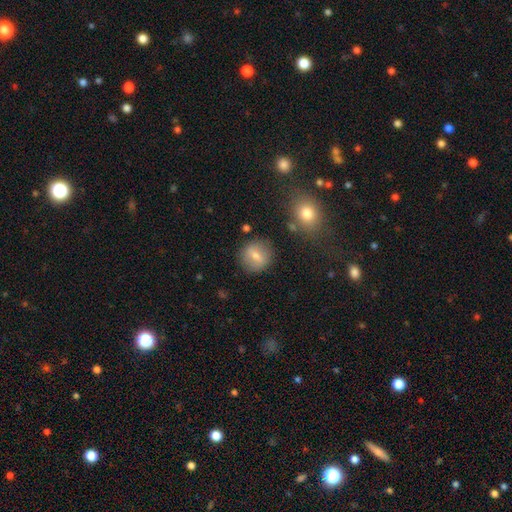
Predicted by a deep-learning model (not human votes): This appears to be a smooth galaxy with no disk features (62%) that is round (81%). Merging: none (83%).